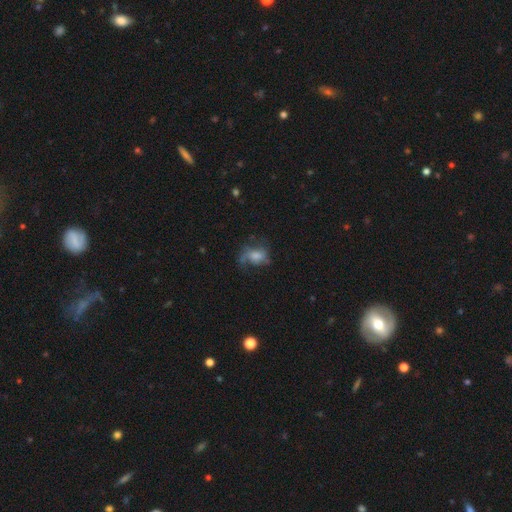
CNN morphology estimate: Overall: featured or disk (45%; smooth 44%). Merging: none (39%; major disturbance 34%).